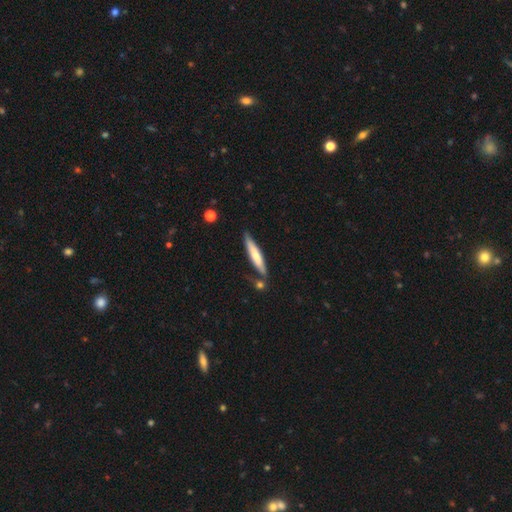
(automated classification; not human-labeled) Q: Smooth or featured?
A: smooth (61%); runner-up: featured or disk (34%)
Q: How rounded?
A: cigar-shaped (89%); runner-up: in between (10%)
Q: Merging?
A: none (72%); runner-up: minor disturbance (16%)